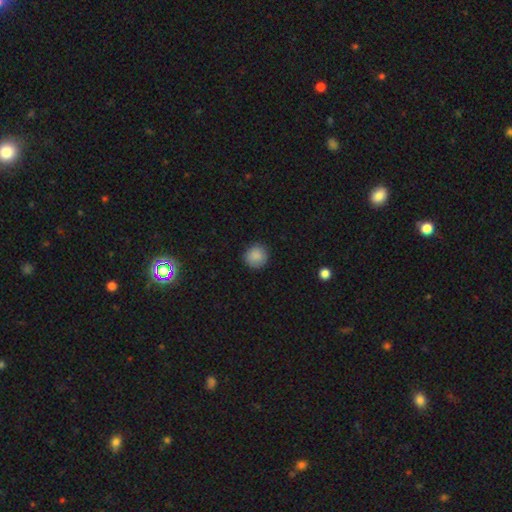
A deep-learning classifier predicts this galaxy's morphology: This is clearly a smooth galaxy (87%). How rounded: clearly round (93%). Merging: clearly none (90%).